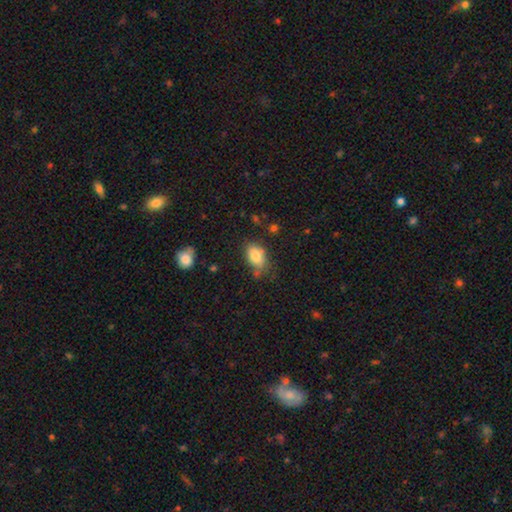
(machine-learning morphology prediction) Smooth or featured: smooth — 82% (featured or disk — 9%)
How rounded: in between — 87% (round — 11%)
Merging: none — 67% (minor disturbance — 22%)